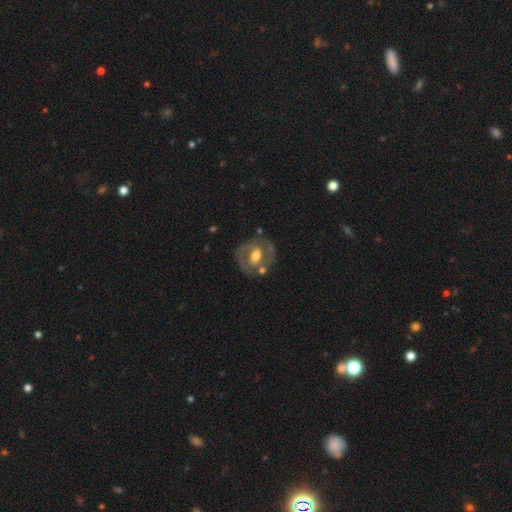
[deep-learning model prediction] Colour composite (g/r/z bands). It shows a featured or disk galaxy (66%) with no bar (42%), no spiral arms (59%) and a moderate central bulge (69%). Merging: none (69%).